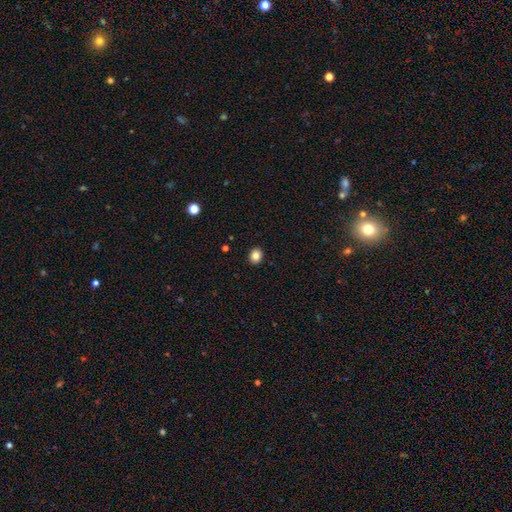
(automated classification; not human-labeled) Smooth or featured? smooth (84%)
How rounded? round (69%)
Merging? none (92%)